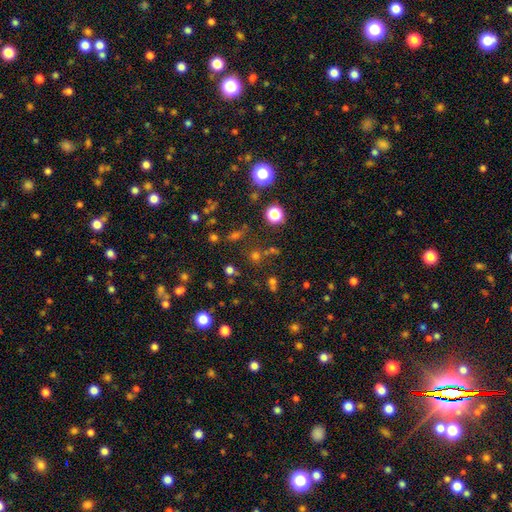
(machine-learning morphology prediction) This appears to be a smooth galaxy with no disk features (50%). Merging: none (71%).